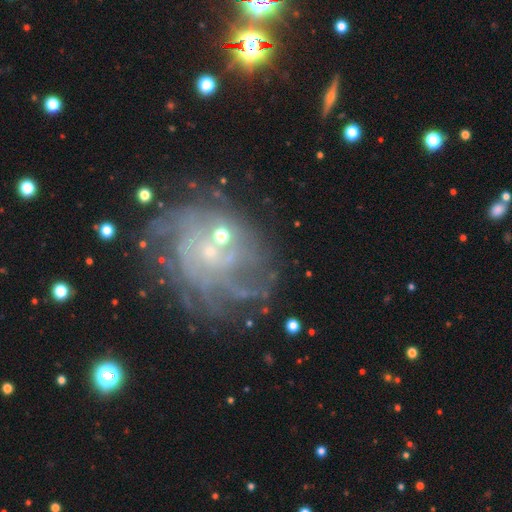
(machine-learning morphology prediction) smooth_or_featured: featured or disk (p=0.74) [alt: star or artifact p=0.14]
disk_edge_on: no (p=0.97) [alt: yes p=0.03]
bar: no (p=0.80) [alt: weak p=0.16]
has_spiral_arms: yes (p=0.85) [alt: no p=0.15]
spiral_winding: tight (p=0.55) [alt: medium p=0.31]
spiral_arm_count: can't tell (p=0.37) [alt: 3 p=0.16]
bulge_size: small (p=0.70) [alt: moderate p=0.18]
merging: none (p=0.53) [alt: major disturbance p=0.19]